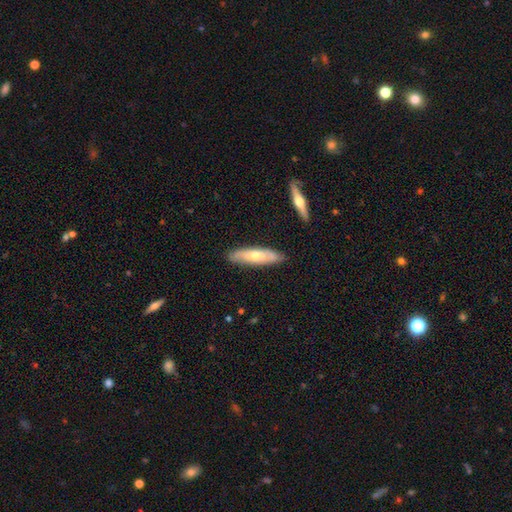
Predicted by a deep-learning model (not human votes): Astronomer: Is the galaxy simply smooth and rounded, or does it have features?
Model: smooth — 50% (runner-up: featured or disk, 44%).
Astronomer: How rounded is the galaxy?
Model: cigar-shaped — 66%.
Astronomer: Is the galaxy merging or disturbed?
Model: none — 83%.